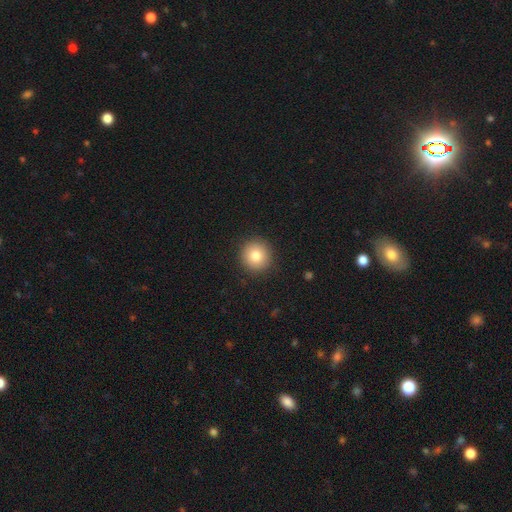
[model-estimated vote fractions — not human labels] This is clearly a smooth galaxy (81%). How rounded: clearly round (95%). Merging: clearly none (92%).